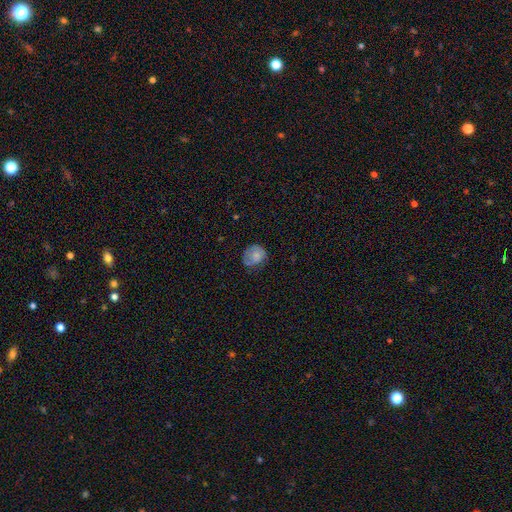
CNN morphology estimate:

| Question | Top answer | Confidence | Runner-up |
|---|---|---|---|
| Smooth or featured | smooth | 71% | featured or disk (20%) |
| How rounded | round | 69% | in between (30%) |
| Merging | none | 58% | minor disturbance (30%) |